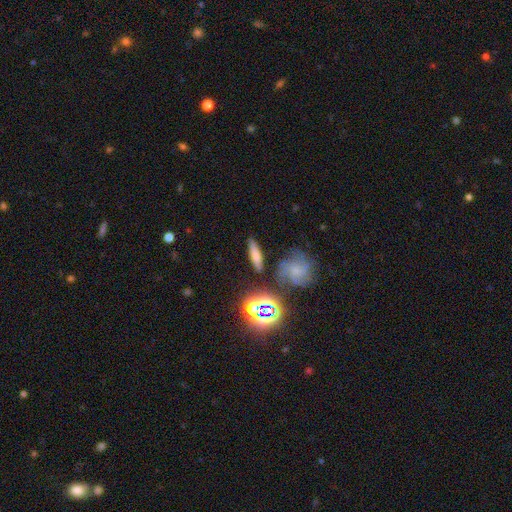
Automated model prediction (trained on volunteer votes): Smooth or featured? smooth (62%)
How rounded? cigar-shaped (69%)
Merging? none (81%)